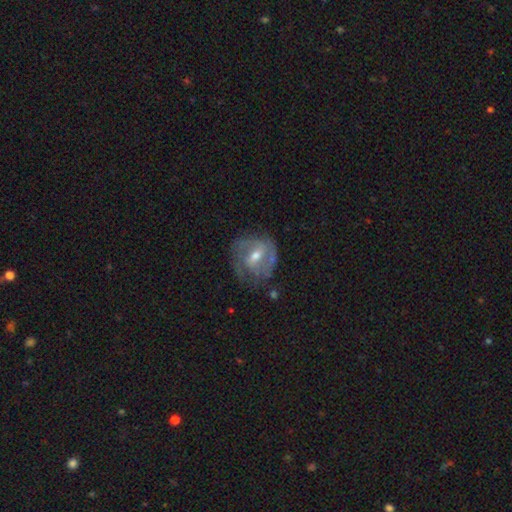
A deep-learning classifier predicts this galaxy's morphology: A featured or disk galaxy (71%) with a weak bar (49%), 2 (44%) tight (45%) spiral arms (79%) and a moderate central bulge (65%).

Vote fractions:
- Smooth or featured? featured or disk: 71% / smooth: 21% / star or artifact: 7%
- Edge-on disk? no: 96% / yes: 4%
- Bar? weak: 49% / no: 30% / strong: 20%
- Spiral arms? yes: 79% / no: 21%
- Spiral winding? tight: 45% / medium: 40% / loose: 15%
- Spiral arm count? 2: 44% / can't tell: 30% / 3: 12% / 1: 8% / 4: 3% / more than 4: 2%
- Bulge size? moderate: 65% / small: 29% / large: 4% / none: 2% / dominant: 1%
- Merging? none: 60% / minor disturbance: 24% / major disturbance: 13% / merger: 2%